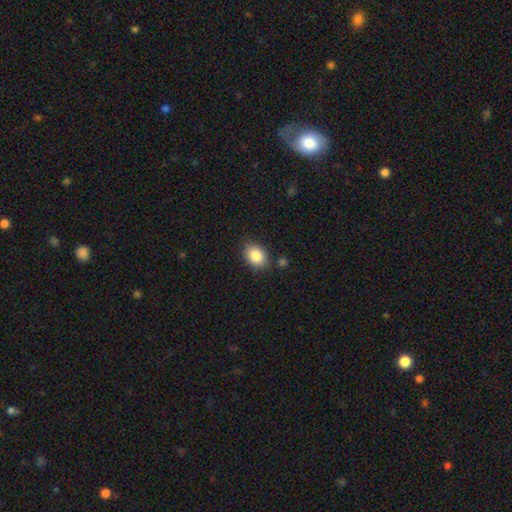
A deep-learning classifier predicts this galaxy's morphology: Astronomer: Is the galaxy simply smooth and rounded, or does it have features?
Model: smooth — 86%.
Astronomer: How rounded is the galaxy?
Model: in between — 74%.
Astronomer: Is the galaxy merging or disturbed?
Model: none — 81%.